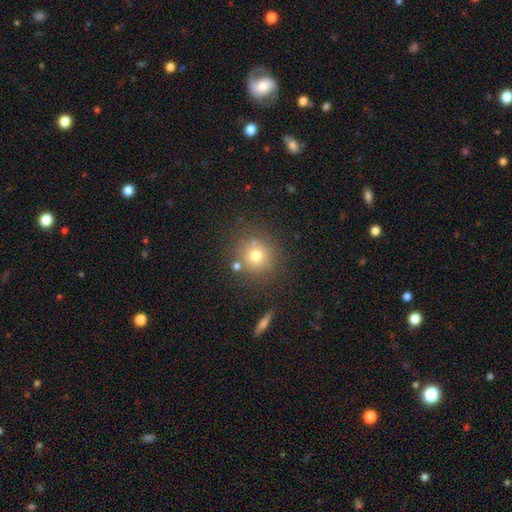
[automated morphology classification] This appears to be a smooth galaxy with no disk features (72%) that is round (91%). Merging: none (77%).